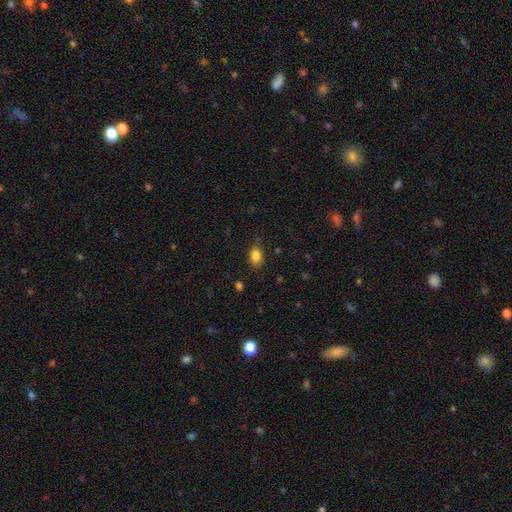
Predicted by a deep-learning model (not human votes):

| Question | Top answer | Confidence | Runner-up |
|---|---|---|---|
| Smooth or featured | smooth | 84% | star or artifact (10%) |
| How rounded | in between | 75% | round (23%) |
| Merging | none | 76% | minor disturbance (18%) |